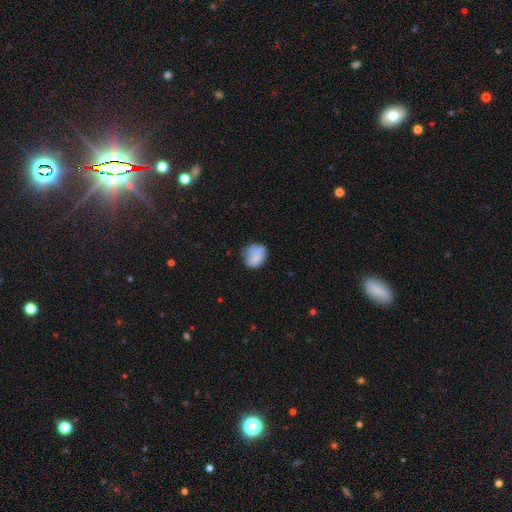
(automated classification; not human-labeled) smooth_or_featured: smooth (p=0.73) [alt: featured or disk p=0.19]
how_rounded: round (p=0.68) [alt: in between p=0.31]
merging: none (p=0.58) [alt: minor disturbance p=0.29]